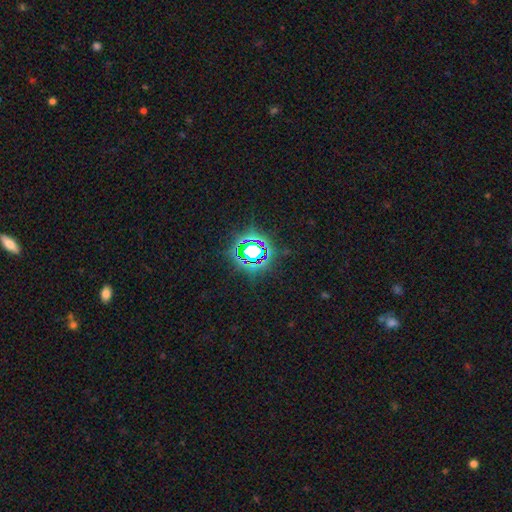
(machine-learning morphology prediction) This is likely a star or artifact rather than a galaxy (74%).